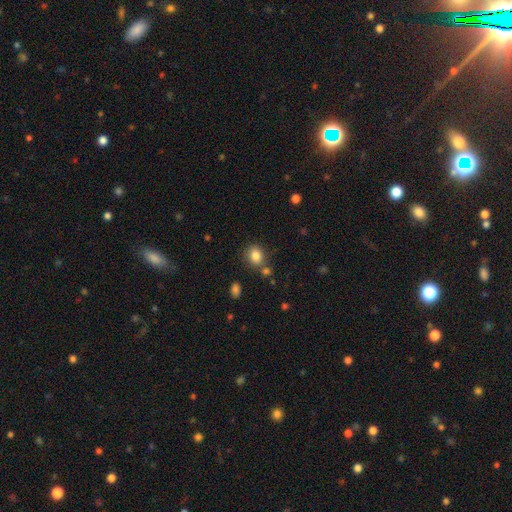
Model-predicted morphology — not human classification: smooth 83%, star or artifact 10%, featured or disk 7%. Down the decision tree: how rounded — round (58%); merging — none (72%).